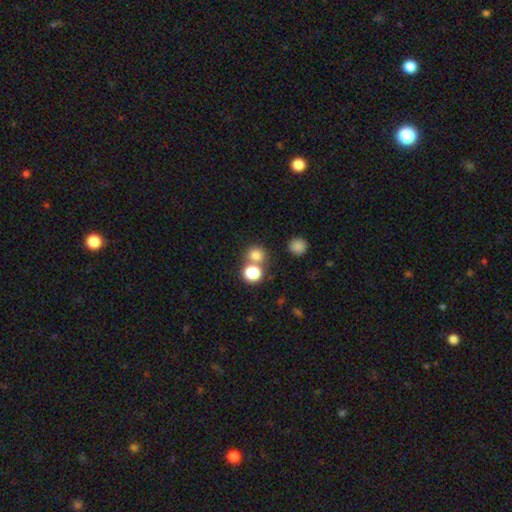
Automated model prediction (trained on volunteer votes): The model was most divided on "merging": none: 59%, merger: 31%, minor disturbance: 7%, major disturbance: 3%. More confident: how rounded — round (86%); smooth or featured — smooth (76%).